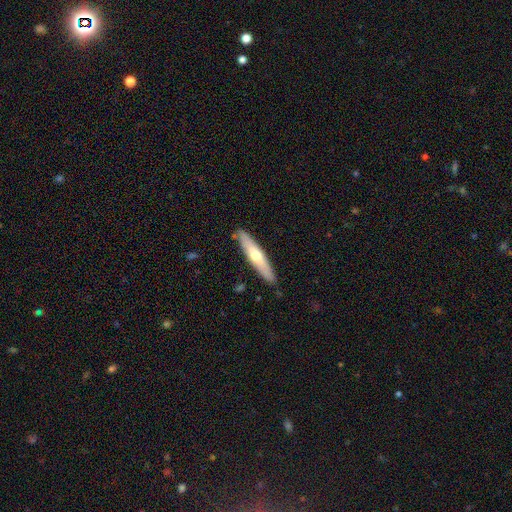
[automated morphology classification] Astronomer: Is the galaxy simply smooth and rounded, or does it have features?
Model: smooth — 48% (runner-up: featured or disk, 47%).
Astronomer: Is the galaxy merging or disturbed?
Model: none — 88%.